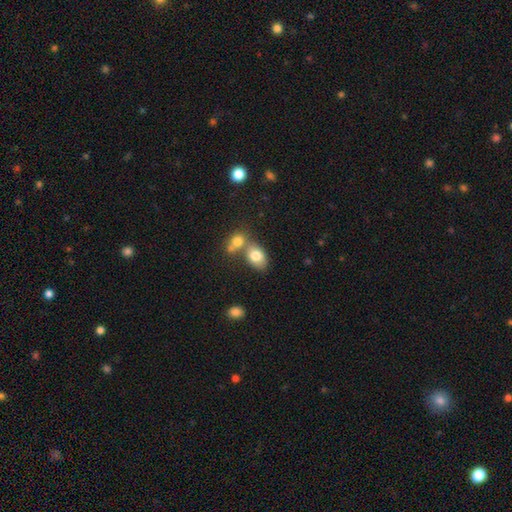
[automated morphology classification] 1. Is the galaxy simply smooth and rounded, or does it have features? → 79% smooth, 12% featured or disk, 8% star or artifact.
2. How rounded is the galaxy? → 78% in between, 21% round, 1% cigar-shaped.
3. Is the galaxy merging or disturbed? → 46% merger, 38% none, 11% minor disturbance, 5% major disturbance.